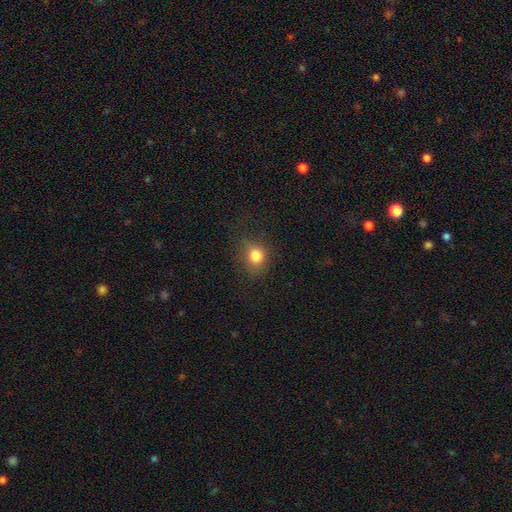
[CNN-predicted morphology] This is clearly a smooth galaxy (81%). How rounded: likely round (64%). Merging: likely none (73%).